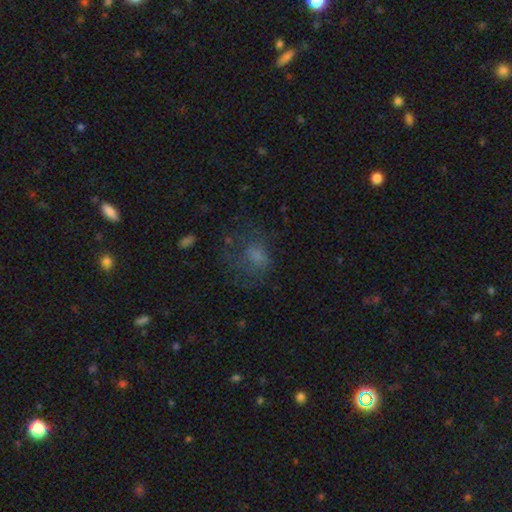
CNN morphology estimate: This appears to be a smooth galaxy with no disk features (56%) that is in between round and cigar-shaped (53%). Merging: none (42%).